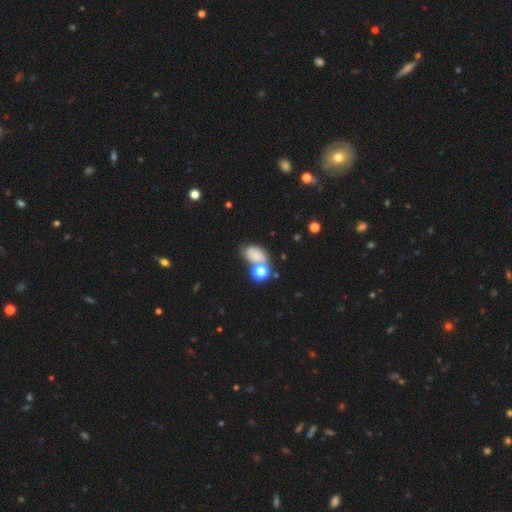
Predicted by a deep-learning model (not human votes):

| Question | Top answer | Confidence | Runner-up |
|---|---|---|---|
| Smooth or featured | smooth | 60% | featured or disk (22%) |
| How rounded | in between | 75% | round (24%) |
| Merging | none | 42% | merger (28%) |